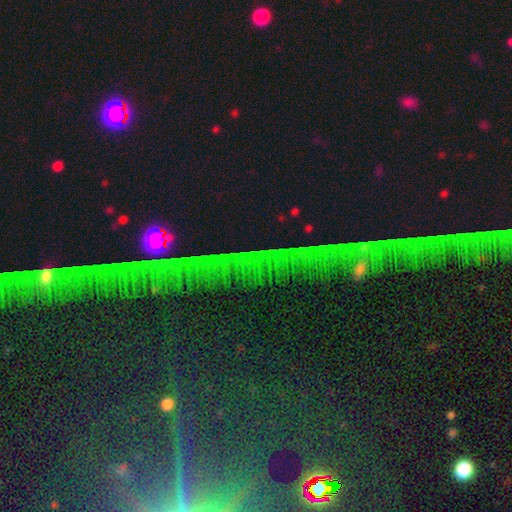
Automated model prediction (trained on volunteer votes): This is clearly a star or artifact rather than a galaxy (83%).